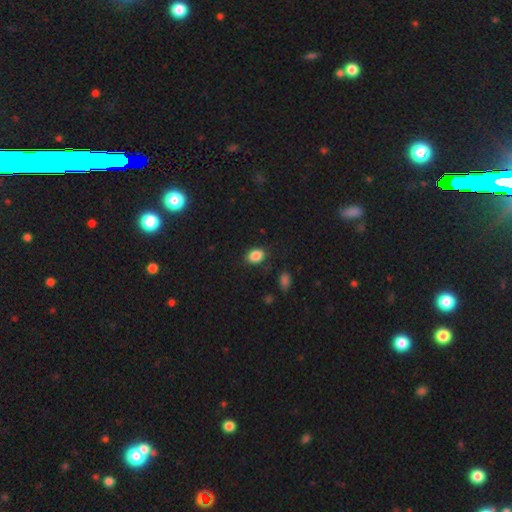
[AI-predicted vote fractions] Q: Smooth or featured?
A: smooth (86%); runner-up: star or artifact (9%)
Q: How rounded?
A: in between (71%); runner-up: round (28%)
Q: Merging?
A: none (81%); runner-up: minor disturbance (14%)